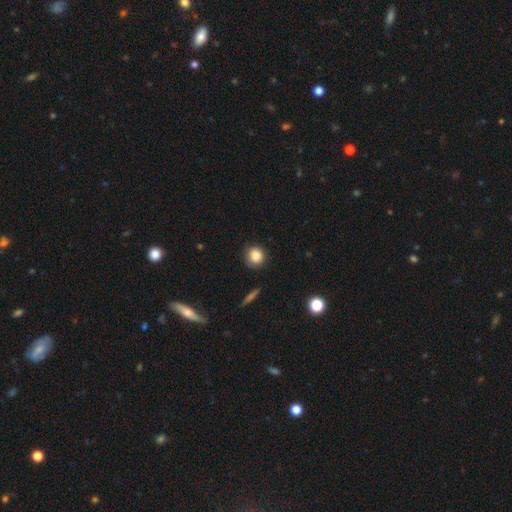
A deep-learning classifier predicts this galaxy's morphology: A smooth galaxy with no disk features (86%) that is round (86%).

Vote fractions:
- Smooth or featured? smooth: 86% / star or artifact: 9% / featured or disk: 5%
- How rounded? round: 86% / in between: 12% / cigar-shaped: 1%
- Merging? none: 80% / minor disturbance: 15% / major disturbance: 3% / merger: 2%